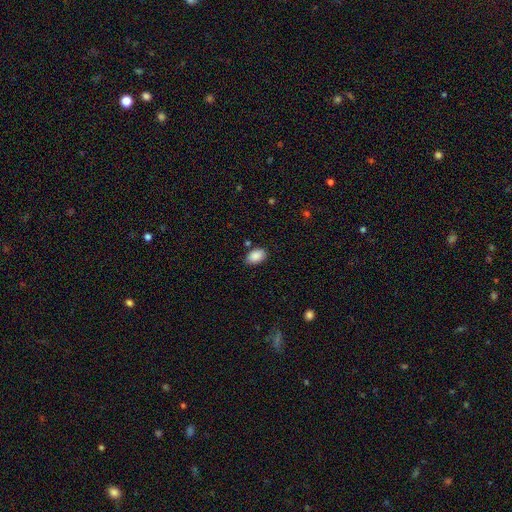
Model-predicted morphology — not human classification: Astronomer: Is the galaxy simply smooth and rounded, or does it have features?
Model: smooth — 89%.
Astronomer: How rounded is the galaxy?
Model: in between — 90%.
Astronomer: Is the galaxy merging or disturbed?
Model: none — 81%.